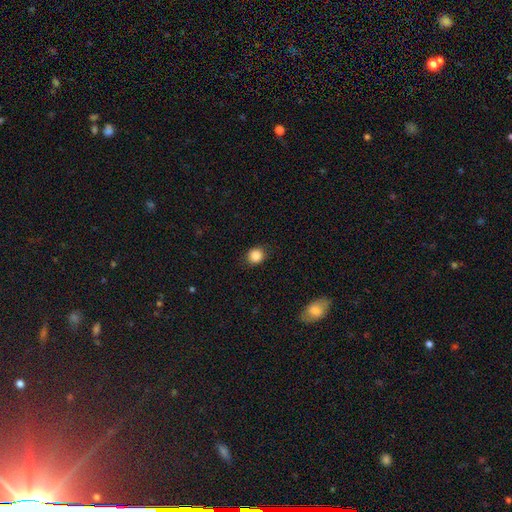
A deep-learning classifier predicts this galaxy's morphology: type=smooth (87%); roundness=round (84%); merging=none (86%).